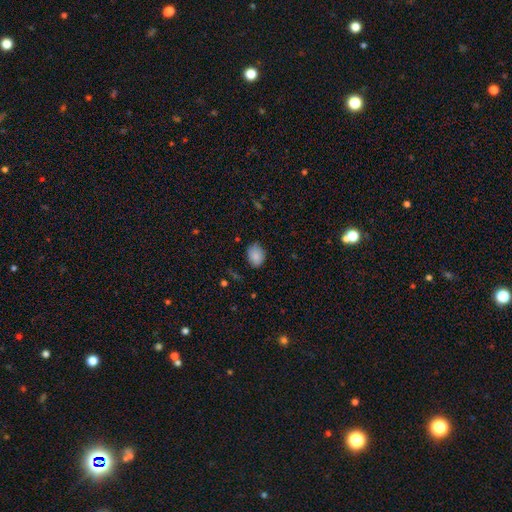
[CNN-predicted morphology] The model was most divided on "how rounded": in between: 61%, round: 38%, cigar-shaped: 1%. More confident: smooth or featured — smooth (87%); merging — none (75%).